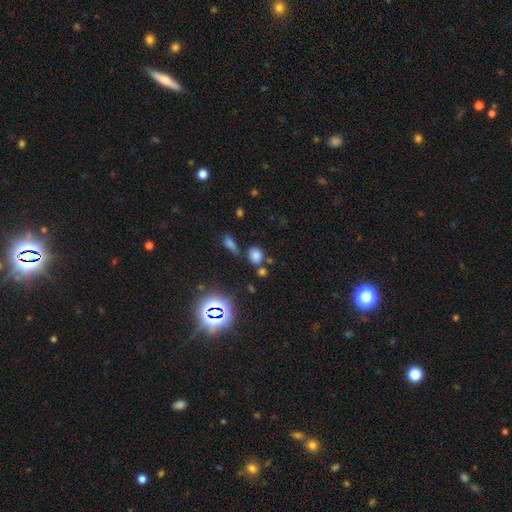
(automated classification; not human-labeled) This appears to be a smooth galaxy with no disk features (71%) that is round (55%). Merging: none (68%).